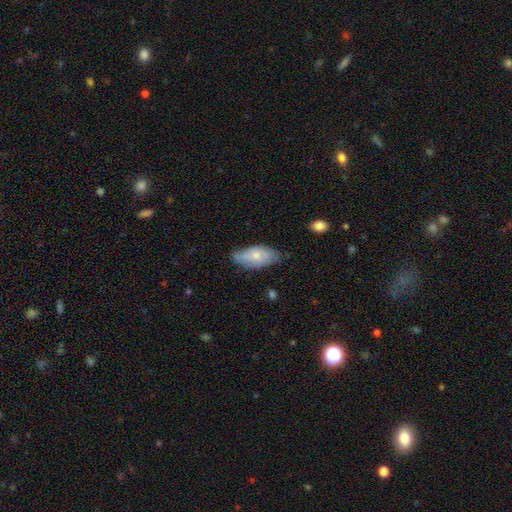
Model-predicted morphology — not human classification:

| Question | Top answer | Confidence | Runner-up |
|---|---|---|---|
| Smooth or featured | smooth | 60% | featured or disk (34%) |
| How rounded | in between | 91% | cigar-shaped (6%) |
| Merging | none | 55% | minor disturbance (35%) |